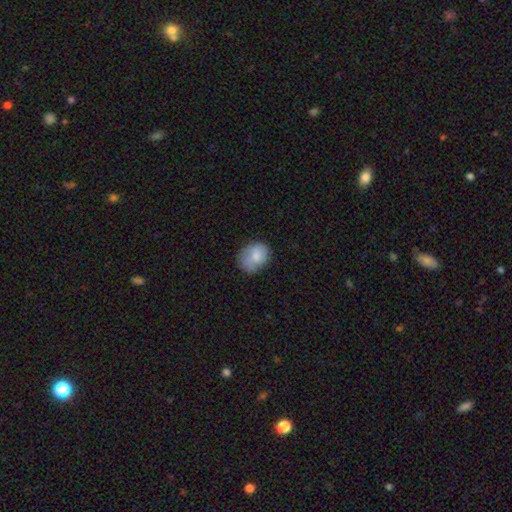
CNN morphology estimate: The model was most divided on "how rounded": round: 52%, in between: 47%, cigar-shaped: 1%. More confident: smooth or featured — smooth (78%); merging — none (59%).